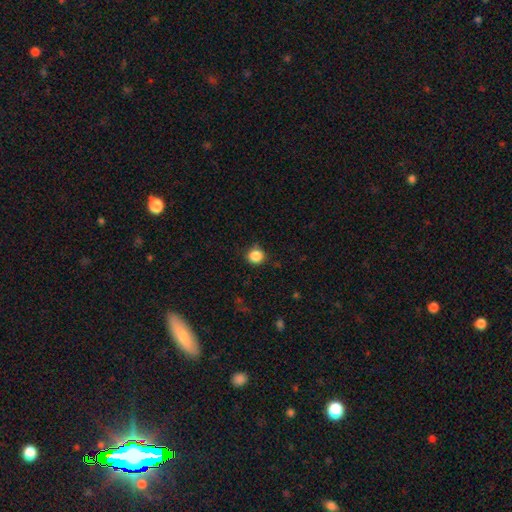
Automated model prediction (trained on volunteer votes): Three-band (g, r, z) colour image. It shows a smooth galaxy with no disk features (86%) that is round (90%). Merging: none (84%).